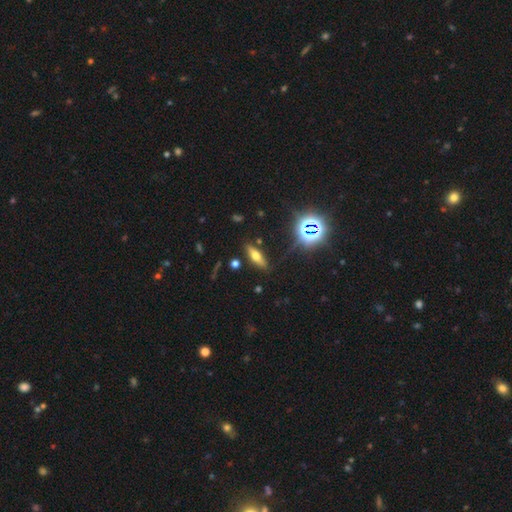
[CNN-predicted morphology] A smooth galaxy with no disk features (47%).

Vote fractions:
- Smooth or featured? smooth: 47% / featured or disk: 34% / star or artifact: 19%
- Merging? none: 84% / minor disturbance: 10% / major disturbance: 3% / merger: 3%